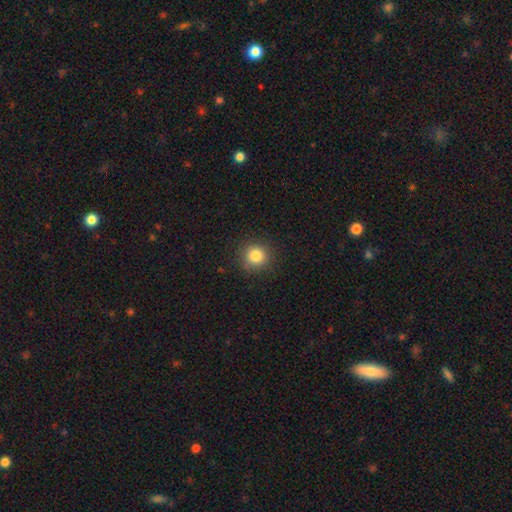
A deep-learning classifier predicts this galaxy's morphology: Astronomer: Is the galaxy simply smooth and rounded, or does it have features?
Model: smooth — 83%.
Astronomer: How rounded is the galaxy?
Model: round — 92%.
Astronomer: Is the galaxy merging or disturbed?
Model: none — 89%.